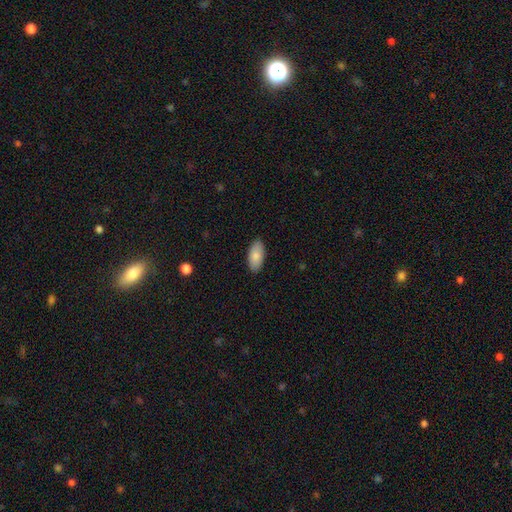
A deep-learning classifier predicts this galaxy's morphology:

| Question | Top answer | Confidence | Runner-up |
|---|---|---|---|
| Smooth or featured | smooth | 84% | featured or disk (10%) |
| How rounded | in between | 93% | cigar-shaped (5%) |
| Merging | none | 88% | minor disturbance (9%) |